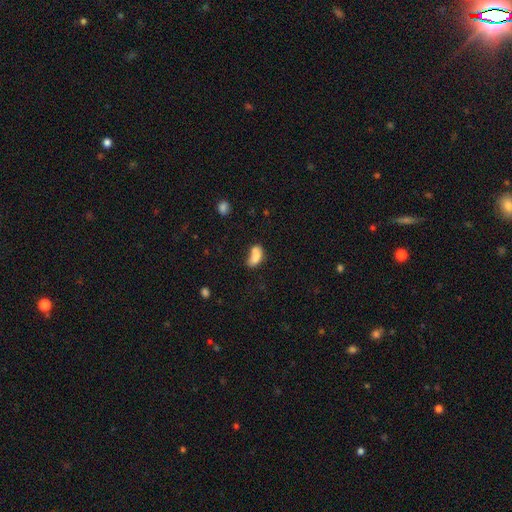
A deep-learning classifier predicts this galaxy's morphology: Smooth or featured?
  - smooth: 74% *
  - featured or disk: 16%
  - star or artifact: 10%
How rounded?
  - in between: 86% *
  - round: 9%
  - cigar-shaped: 6%
Merging?
  - merger: 43% *
  - none: 27%
  - minor disturbance: 18%
  - major disturbance: 12%